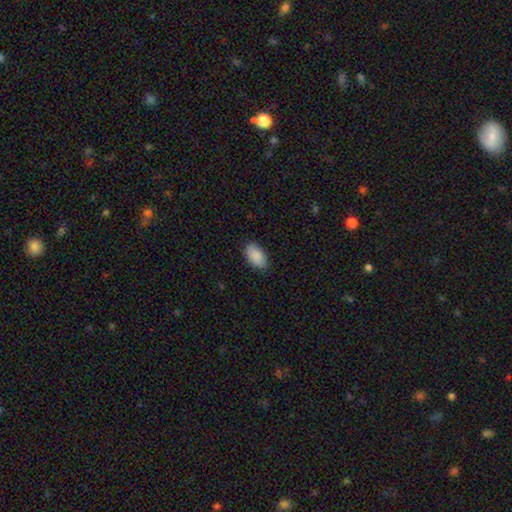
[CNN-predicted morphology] Smooth or featured?
  - smooth: 89% *
  - star or artifact: 6%
  - featured or disk: 5%
How rounded?
  - in between: 95% *
  - round: 4%
  - cigar-shaped: 2%
Merging?
  - none: 85% *
  - minor disturbance: 11%
  - major disturbance: 2%
  - merger: 1%